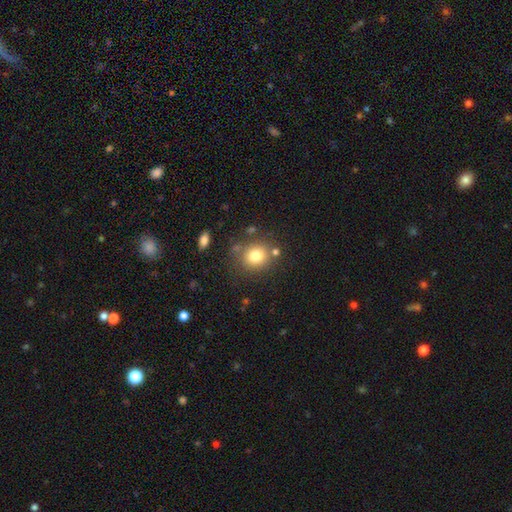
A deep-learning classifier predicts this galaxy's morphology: type=smooth (78%); roundness=round (78%); merging=none (74%).